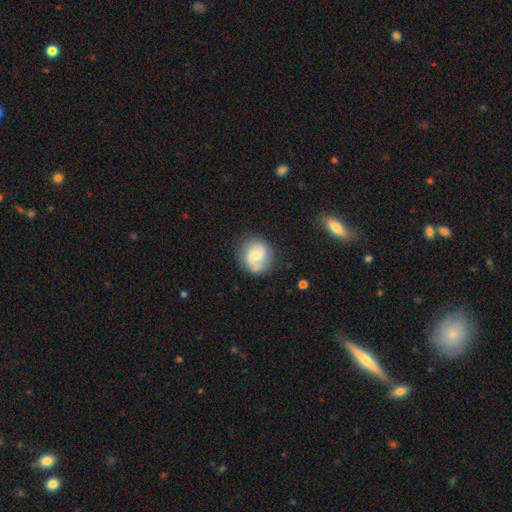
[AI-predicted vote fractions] This is possibly a featured or disk galaxy (52%). It is clearly not viewed edge-on (98%). Bar: possibly no (52%). Spiral arm pattern: clearly yes (87%). Central bulge: possibly small (51%). Merging: likely none (73%).